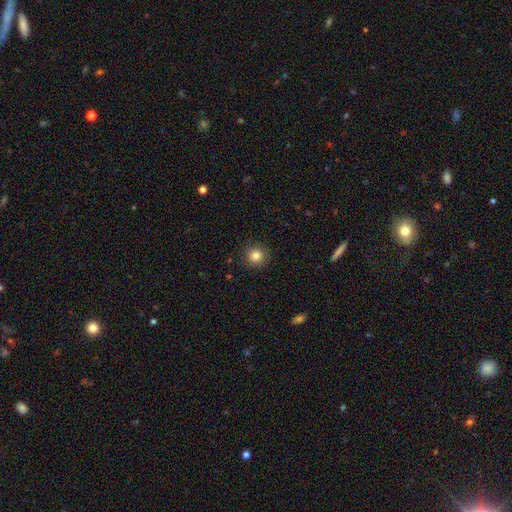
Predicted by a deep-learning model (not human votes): smooth-or-featured: smooth: 83% | star or artifact: 11% | featured or disk: 6%
  how-rounded: round: 94% | in between: 5% | cigar-shaped: 1%
  merging: none: 90% | minor disturbance: 7% | major disturbance: 2% | merger: 1%